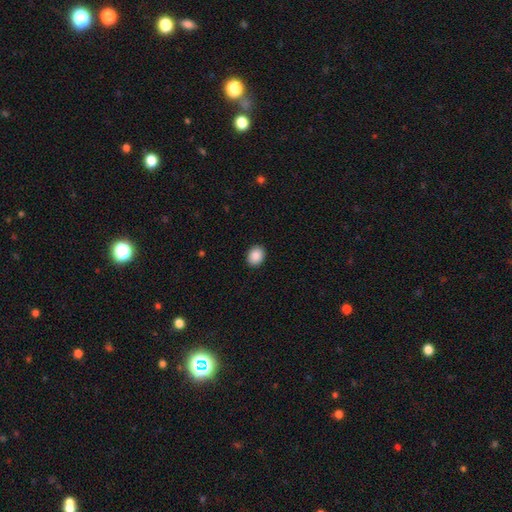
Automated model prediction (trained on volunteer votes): Smooth or featured? Predicted: smooth (p=0.89). How rounded? Predicted: in between (p=0.51). Merging? Predicted: none (p=0.91).